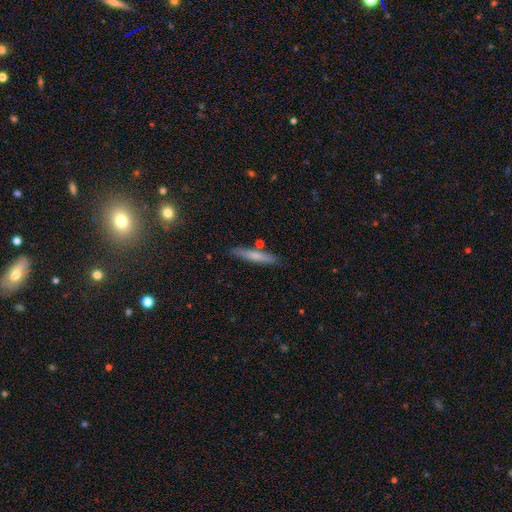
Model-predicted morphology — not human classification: The model was most divided on "smooth or featured": smooth: 66%, featured or disk: 27%, star or artifact: 6%. More confident: how rounded — cigar-shaped (92%); merging — none (83%).